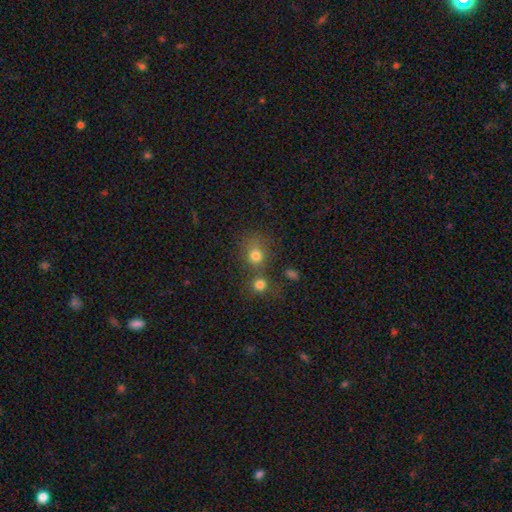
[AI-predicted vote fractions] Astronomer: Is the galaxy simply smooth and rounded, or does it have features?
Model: smooth — 76%.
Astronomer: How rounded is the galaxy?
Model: round — 77%.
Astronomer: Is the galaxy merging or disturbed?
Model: none — 47% (runner-up: merger, 36%).